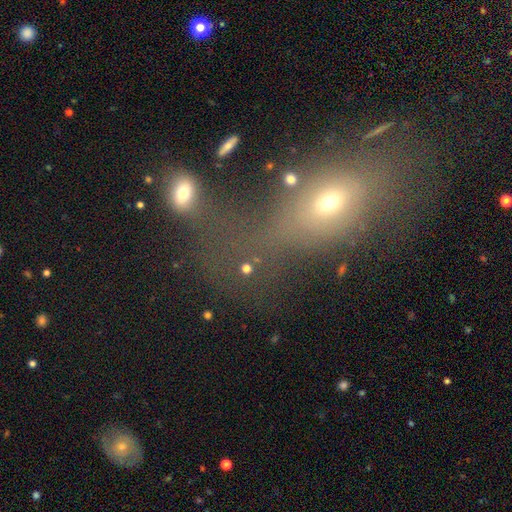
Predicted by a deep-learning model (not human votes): Smooth or featured: smooth — 50% (star or artifact — 29%)
How rounded: in between — 66% (round — 24%)
Merging: none — 36% (merger — 26%)